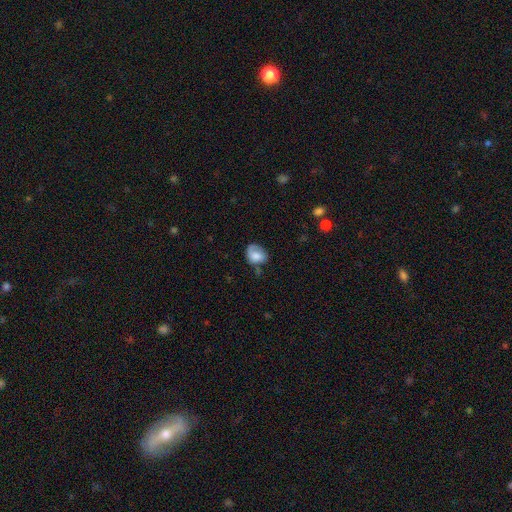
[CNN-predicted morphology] Smooth or featured? smooth (67%)
How rounded? in between (59%)
Merging? none (44%)